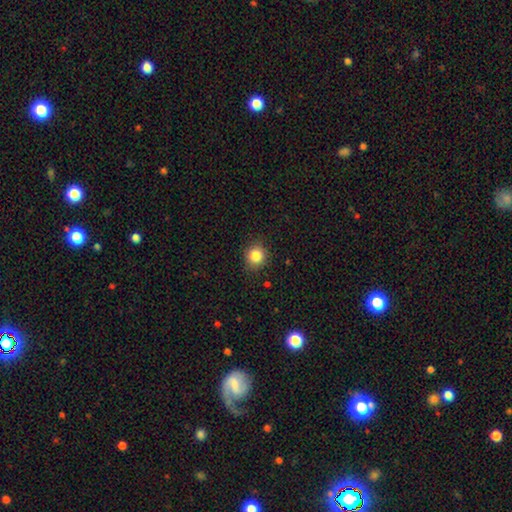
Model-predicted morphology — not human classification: The model was most divided on "smooth or featured": smooth: 84%, star or artifact: 11%, featured or disk: 5%. More confident: merging — none (87%); how rounded — round (86%).